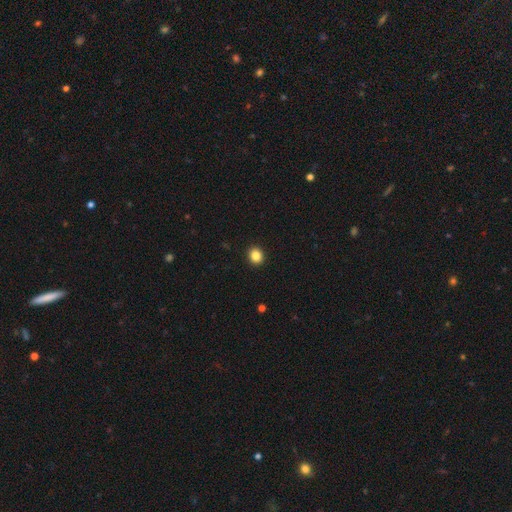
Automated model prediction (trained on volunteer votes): Q: Smooth or featured?
A: smooth (86%); runner-up: star or artifact (10%)
Q: How rounded?
A: round (78%); runner-up: in between (21%)
Q: Merging?
A: none (93%); runner-up: minor disturbance (5%)